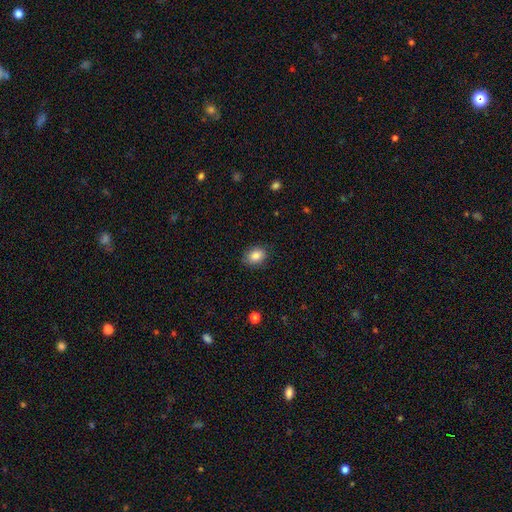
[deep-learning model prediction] Smooth or featured? Predicted: smooth (p=0.86). How rounded? Predicted: in between (p=0.55). Merging? Predicted: none (p=0.84).